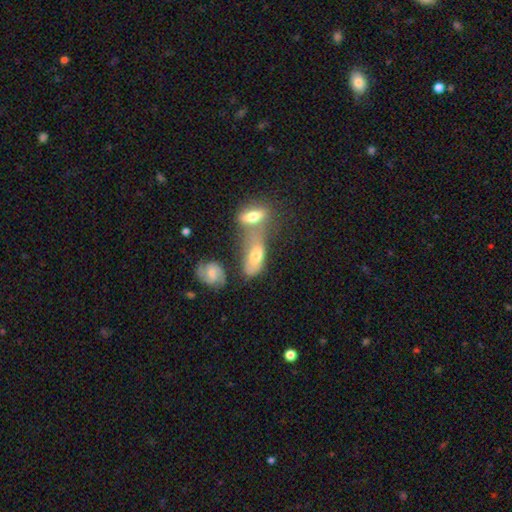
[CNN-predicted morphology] The model was most divided on "smooth or featured": smooth: 55%, featured or disk: 35%, star or artifact: 10%. Remaining: how rounded — in between (78%); merging — merger (49%).